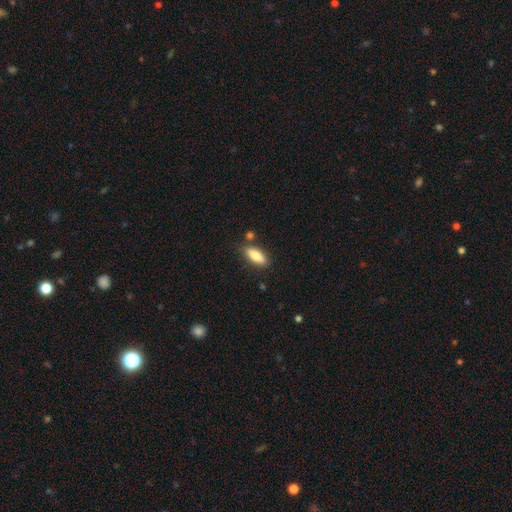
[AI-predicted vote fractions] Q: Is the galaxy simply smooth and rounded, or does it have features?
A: smooth — 78%.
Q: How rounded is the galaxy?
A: in between — 67%.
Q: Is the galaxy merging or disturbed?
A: none — 80%.